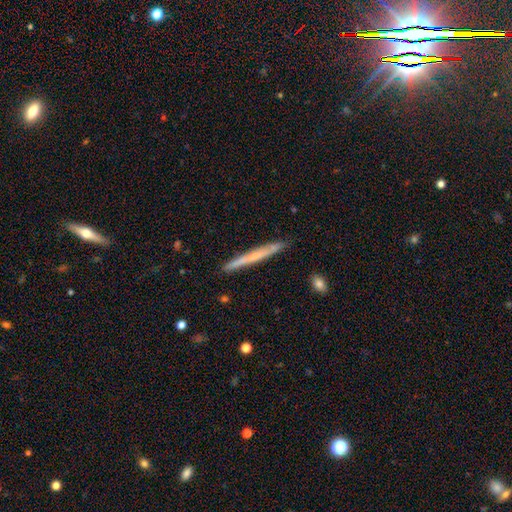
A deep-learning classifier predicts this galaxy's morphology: Q: Smooth or featured?
A: featured or disk (48%); runner-up: smooth (46%)
Q: Merging?
A: none (89%); runner-up: minor disturbance (9%)